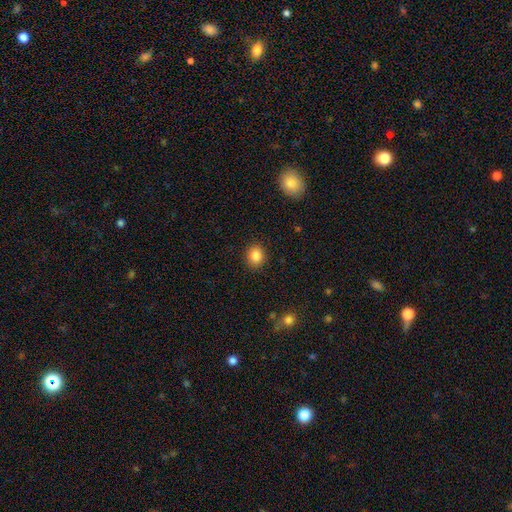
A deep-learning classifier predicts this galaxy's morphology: Smooth or featured?
  - smooth: 86% *
  - star or artifact: 10%
  - featured or disk: 4%
How rounded?
  - round: 71% *
  - in between: 28%
  - cigar-shaped: 1%
Merging?
  - none: 89% *
  - minor disturbance: 7%
  - major disturbance: 2%
  - merger: 1%